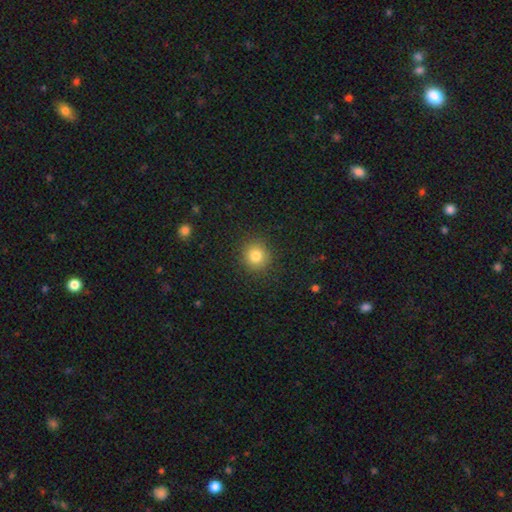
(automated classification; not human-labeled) Smooth or featured?
  - smooth: 81% *
  - star or artifact: 13%
  - featured or disk: 6%
How rounded?
  - round: 91% *
  - in between: 8%
  - cigar-shaped: 1%
Merging?
  - none: 90% *
  - minor disturbance: 7%
  - major disturbance: 2%
  - merger: 1%